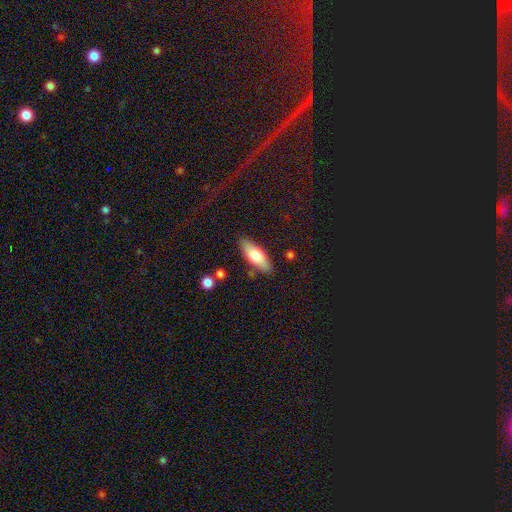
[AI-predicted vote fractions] Smooth or featured? Predicted: smooth (p=0.69). How rounded? Predicted: in between (p=0.67). Merging? Predicted: none (p=0.84).